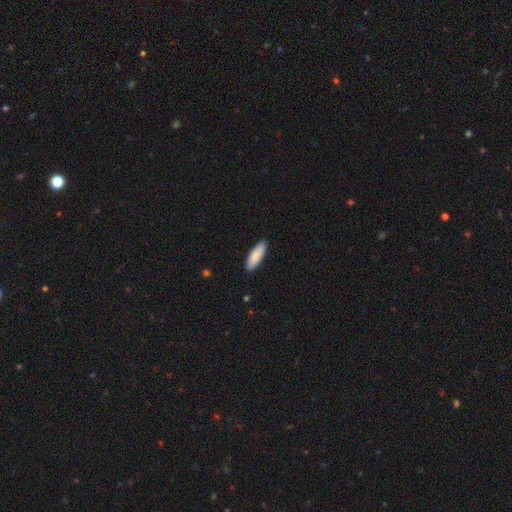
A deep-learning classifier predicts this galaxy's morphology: type=smooth (88%); roundness=in between (57%); merging=none (90%).